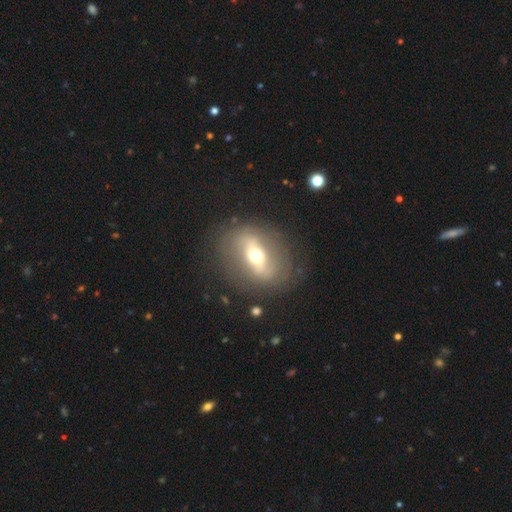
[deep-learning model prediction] This appears to be a featured or disk galaxy (61%) with a strong bar (54%), no spiral arms (64%) and a moderate central bulge (66%). Merging: none (78%).